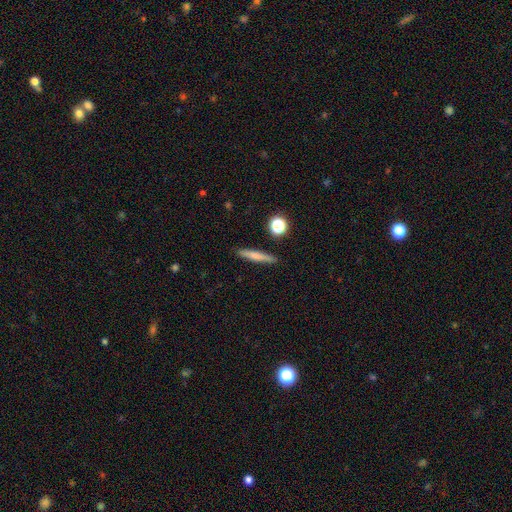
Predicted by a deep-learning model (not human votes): Smooth or featured: smooth — 65% (featured or disk — 27%)
How rounded: cigar-shaped — 91% (in between — 6%)
Merging: none — 88% (minor disturbance — 8%)